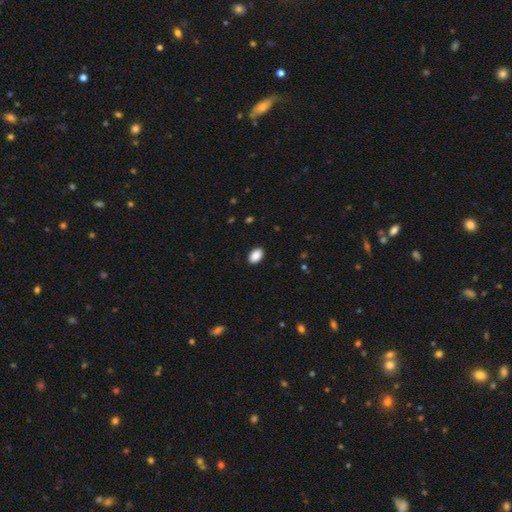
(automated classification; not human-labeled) Smooth or featured? smooth (90%)
How rounded? in between (91%)
Merging? none (90%)